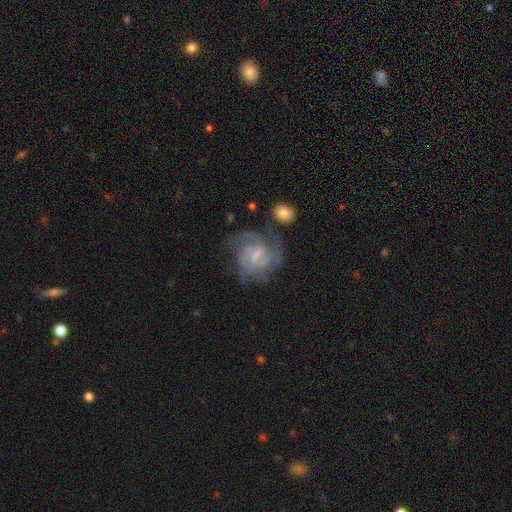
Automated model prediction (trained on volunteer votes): This is clearly a featured or disk galaxy (80%). It is clearly not viewed edge-on (98%). Bar: possibly weak (57%). Spiral arm pattern: clearly yes (90%). Spiral arm count: marginally can't tell (33%). Spiral winding: possibly tight (49%). Central bulge: possibly small (52%). Merging: possibly none (54%).